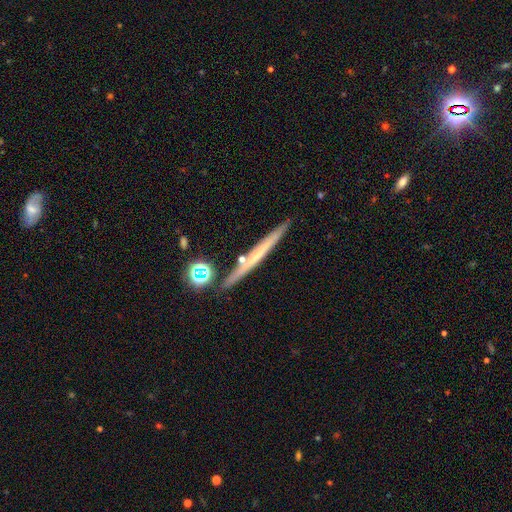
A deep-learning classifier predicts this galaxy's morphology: Q: Smooth or featured?
A: featured or disk (52%); runner-up: smooth (40%)
Q: Edge-on disk?
A: yes (95%); runner-up: no (5%)
Q: Merging?
A: none (84%); runner-up: minor disturbance (8%)